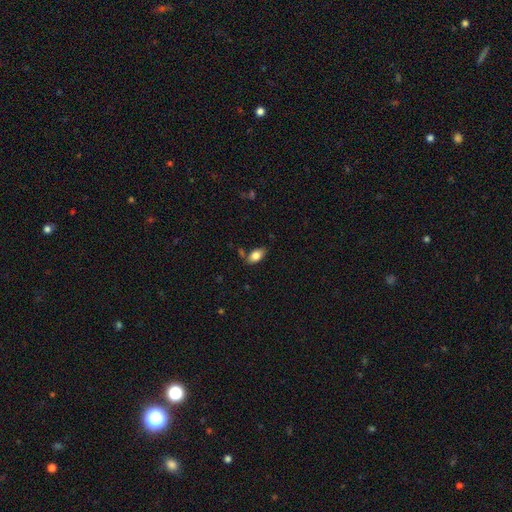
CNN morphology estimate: Q: Smooth or featured?
A: smooth (81%); runner-up: featured or disk (11%)
Q: How rounded?
A: in between (91%); runner-up: round (6%)
Q: Merging?
A: none (76%); runner-up: minor disturbance (15%)